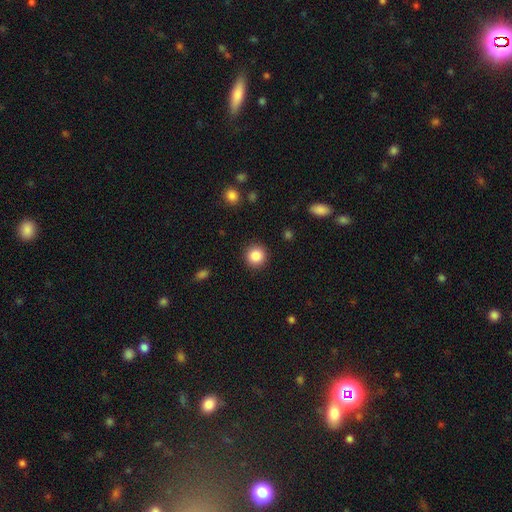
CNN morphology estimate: Smooth or featured? smooth (86%)
How rounded? round (93%)
Merging? none (91%)